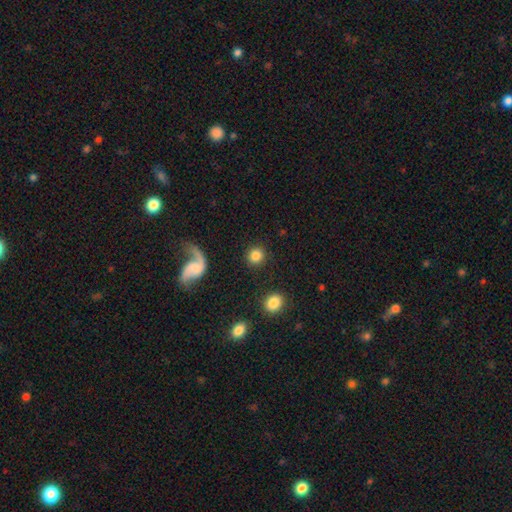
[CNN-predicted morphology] Smooth or featured? Predicted: smooth (p=0.81). How rounded? Predicted: round (p=0.91). Merging? Predicted: none (p=0.87).